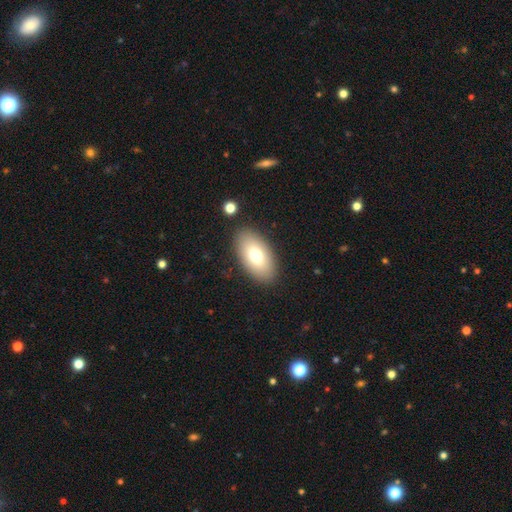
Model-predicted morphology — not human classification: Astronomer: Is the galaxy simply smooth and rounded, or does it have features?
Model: smooth — 73%.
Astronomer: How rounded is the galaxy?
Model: in between — 94%.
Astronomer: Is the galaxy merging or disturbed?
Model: none — 87%.